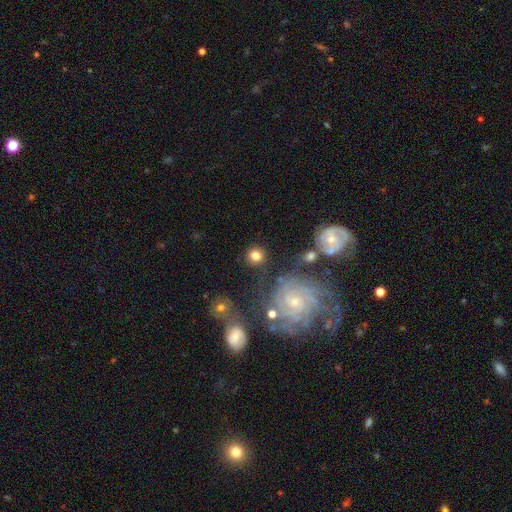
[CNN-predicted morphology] Smooth or featured?
  - smooth: 67% *
  - featured or disk: 22%
  - star or artifact: 10%
How rounded?
  - round: 90% *
  - in between: 8%
  - cigar-shaped: 1%
Merging?
  - none: 81% *
  - minor disturbance: 9%
  - major disturbance: 5%
  - merger: 5%